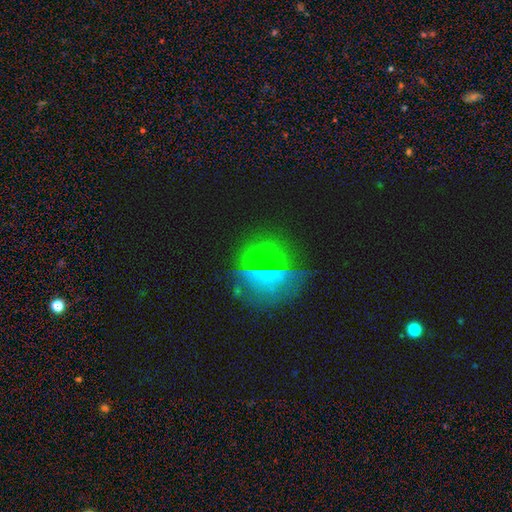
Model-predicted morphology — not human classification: smooth_or_featured: star or artifact (p=0.48) [alt: smooth p=0.33]